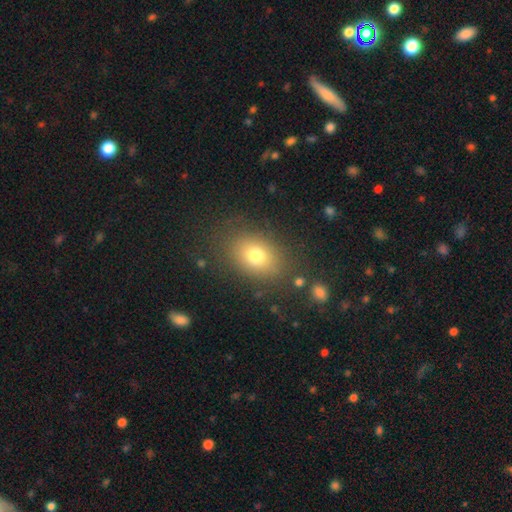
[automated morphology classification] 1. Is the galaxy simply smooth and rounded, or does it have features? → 74% smooth, 13% star or artifact, 13% featured or disk.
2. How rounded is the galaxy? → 68% in between, 31% round, 1% cigar-shaped.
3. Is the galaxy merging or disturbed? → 80% none, 11% minor disturbance, 6% major disturbance, 2% merger.